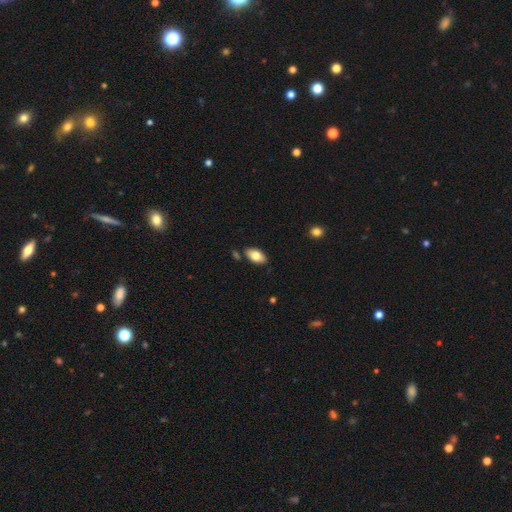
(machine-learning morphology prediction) This appears to be a smooth galaxy with no disk features (77%) that is in between round and cigar-shaped (93%). Merging: none (83%).